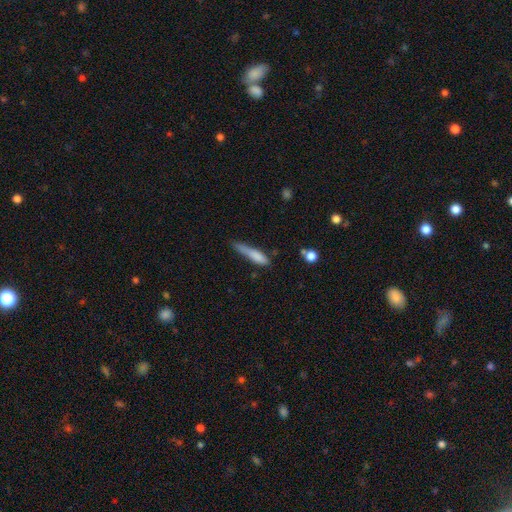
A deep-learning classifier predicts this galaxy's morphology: smooth_or_featured: smooth (p=0.77) [alt: featured or disk p=0.16]
how_rounded: cigar-shaped (p=0.82) [alt: in between p=0.16]
merging: none (p=0.43) [alt: minor disturbance p=0.37]